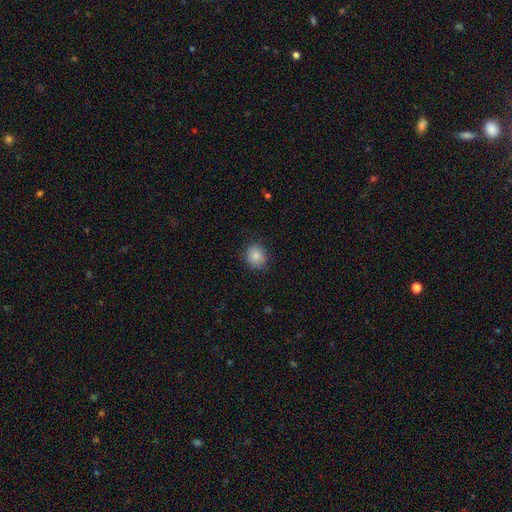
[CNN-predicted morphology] This is clearly a smooth galaxy (86%). How rounded: likely round (77%). Merging: clearly none (85%).